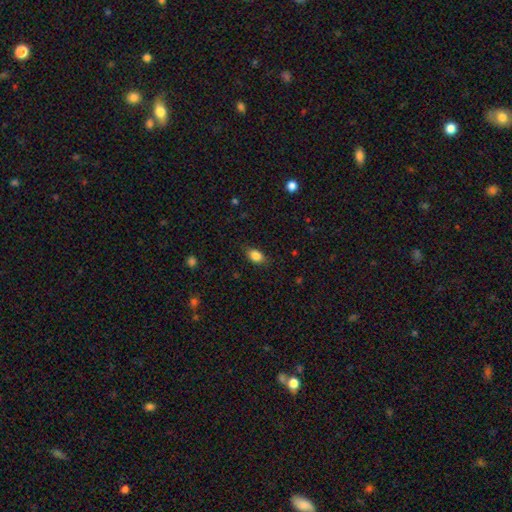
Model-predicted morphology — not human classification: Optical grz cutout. It shows a smooth galaxy with no disk features (85%) that is in between round and cigar-shaped (80%). Merging: none (81%).